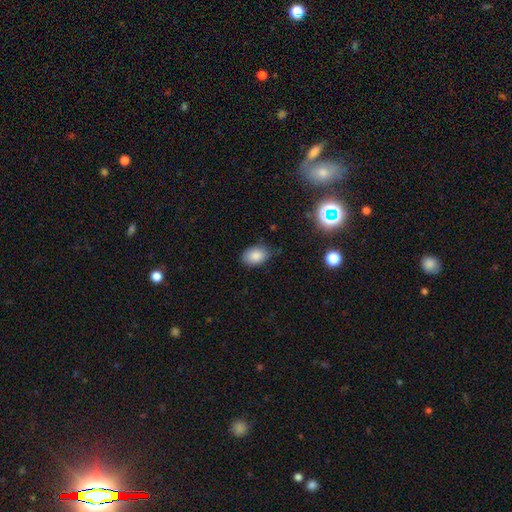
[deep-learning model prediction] Smooth or featured?
  - smooth: 85% *
  - star or artifact: 9%
  - featured or disk: 5%
How rounded?
  - in between: 86% *
  - round: 13%
  - cigar-shaped: 1%
Merging?
  - none: 78% *
  - minor disturbance: 18%
  - major disturbance: 3%
  - merger: 1%